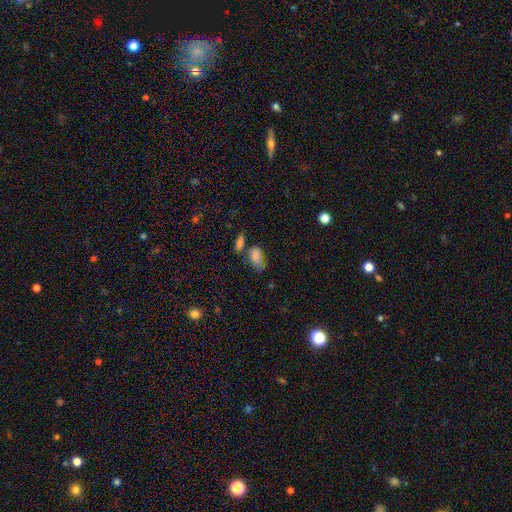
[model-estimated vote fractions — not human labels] The model was most divided on "merging": none: 40%, minor disturbance: 25%, merger: 23%, major disturbance: 12%. More confident: how rounded — in between (88%); smooth or featured — smooth (80%).